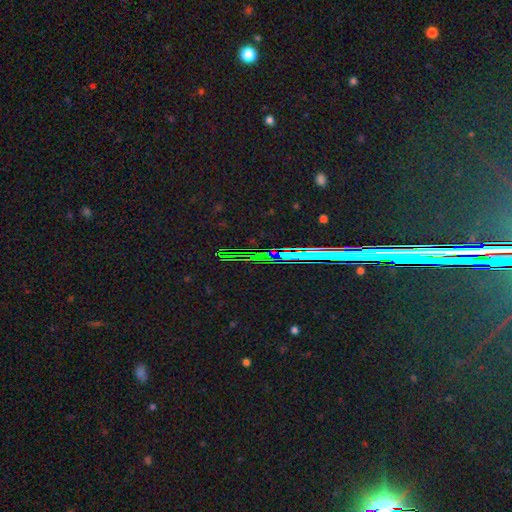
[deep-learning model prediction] Smooth or featured? star or artifact (82%)